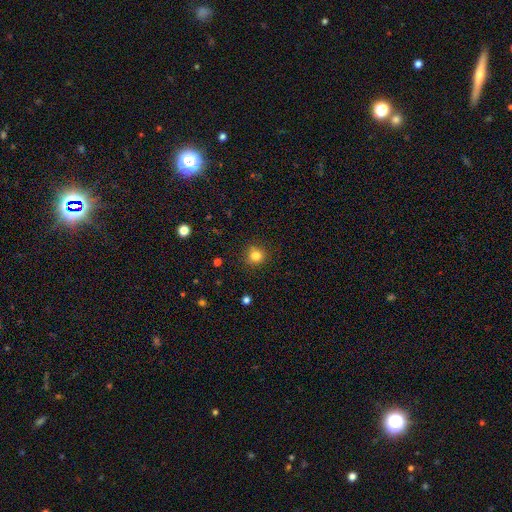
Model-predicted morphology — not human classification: This appears to be a smooth galaxy with no disk features (82%) that is round (91%). Merging: none (89%).